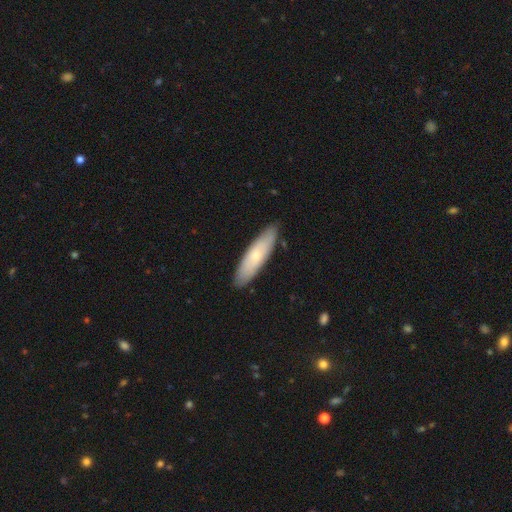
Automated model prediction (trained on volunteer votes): Overall: smooth (64%; featured or disk 30%). How rounded: cigar-shaped (65%; in between 33%). Merging: none (86%).